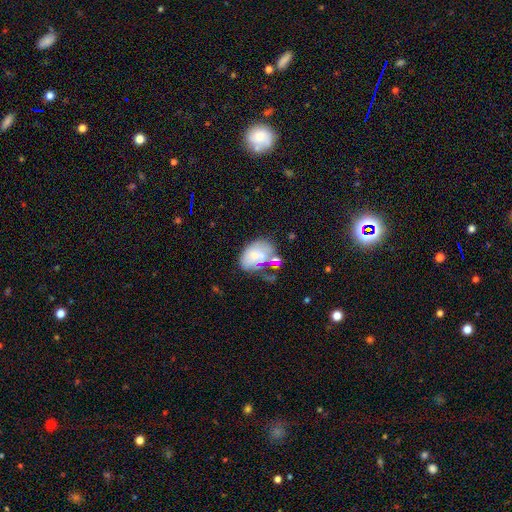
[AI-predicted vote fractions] Morphology: type=smooth (60%); roundness=in between (82%); merging=none (34%).